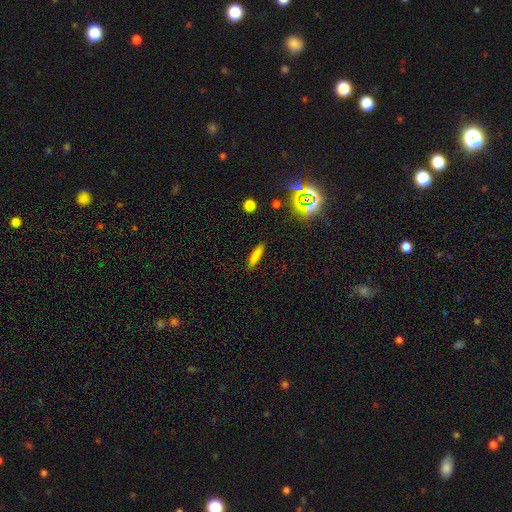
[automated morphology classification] This is likely a smooth galaxy (79%). How rounded: likely cigar-shaped (72%). Merging: clearly none (87%).